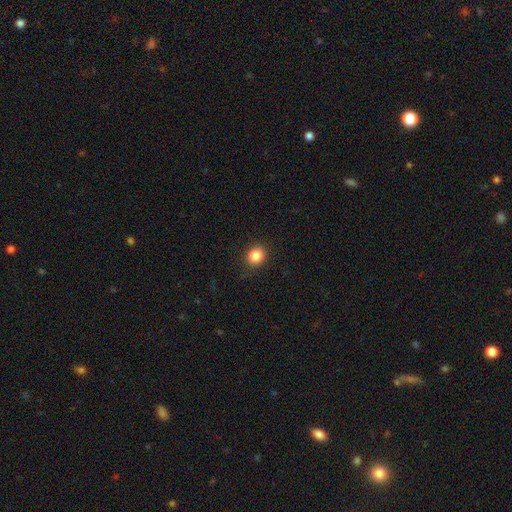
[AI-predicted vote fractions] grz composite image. It shows a smooth galaxy with no disk features (85%) that is round (76%). Merging: none (89%).